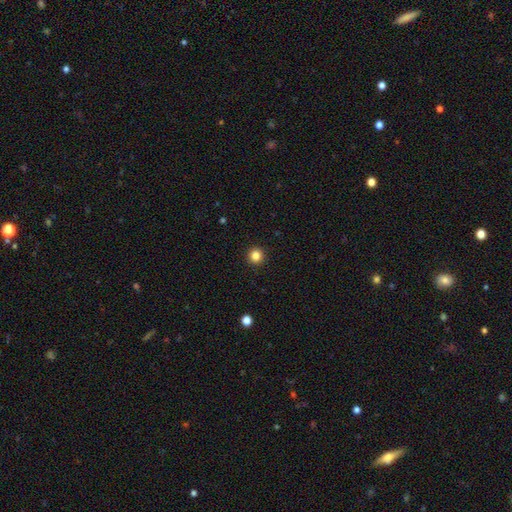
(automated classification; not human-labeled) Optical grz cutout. It shows a smooth galaxy with no disk features (84%) that is round (96%). Merging: none (94%).